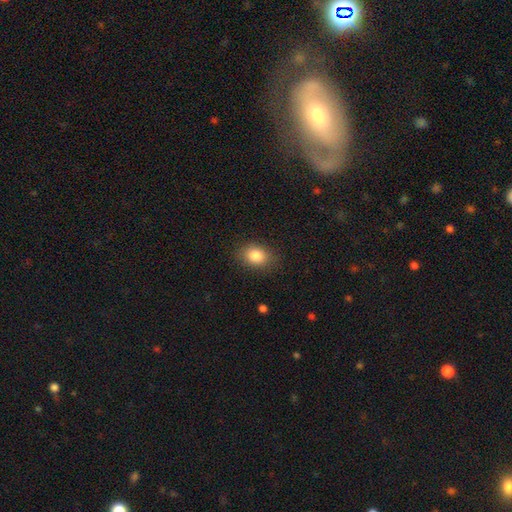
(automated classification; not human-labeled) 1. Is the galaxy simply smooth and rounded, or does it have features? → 85% smooth, 9% star or artifact, 6% featured or disk.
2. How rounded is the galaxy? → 68% in between, 31% round, 1% cigar-shaped.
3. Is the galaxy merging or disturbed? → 85% none, 11% minor disturbance, 3% major disturbance, 1% merger.